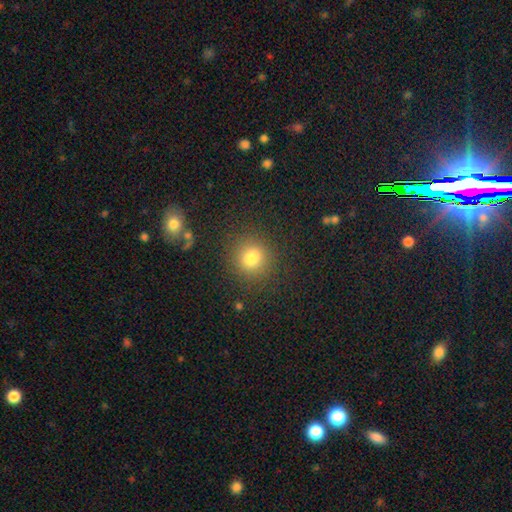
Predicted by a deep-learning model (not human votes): Smooth or featured: smooth — 79% (star or artifact — 14%)
How rounded: round — 89% (in between — 10%)
Merging: none — 89% (minor disturbance — 7%)